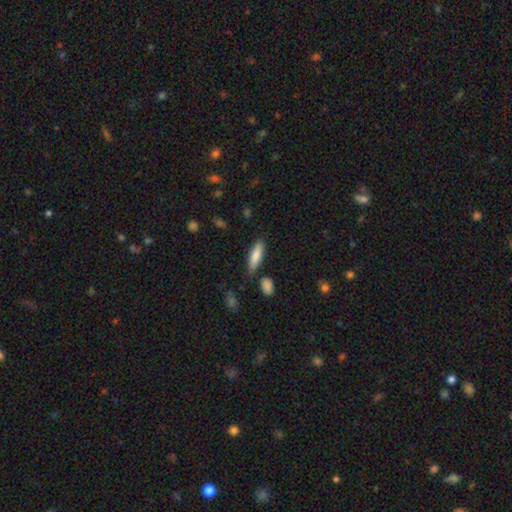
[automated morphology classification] type=smooth (83%); roundness=cigar-shaped (54%); merging=none (78%).